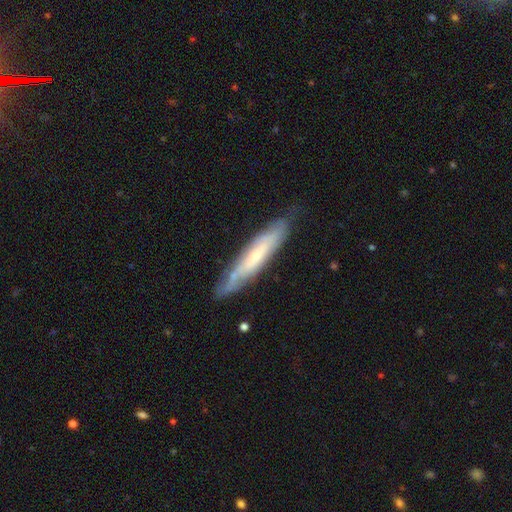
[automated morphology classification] Smooth or featured? featured or disk (56%)
Edge-on disk? yes (60%)
Merging? none (73%)